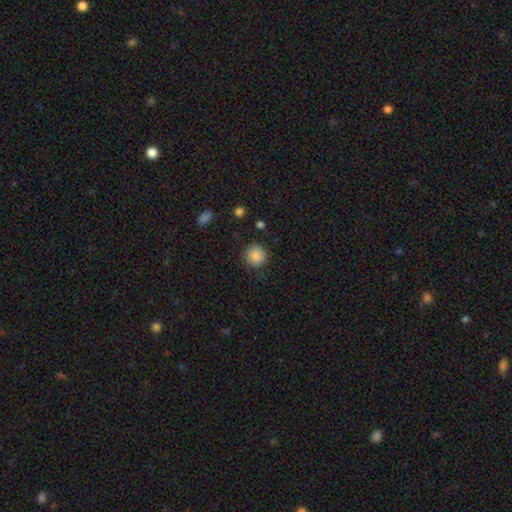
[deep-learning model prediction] Smooth or featured?
  - smooth: 87% *
  - star or artifact: 9%
  - featured or disk: 4%
How rounded?
  - round: 94% *
  - in between: 5%
  - cigar-shaped: 1%
Merging?
  - none: 88% *
  - minor disturbance: 8%
  - major disturbance: 3%
  - merger: 1%